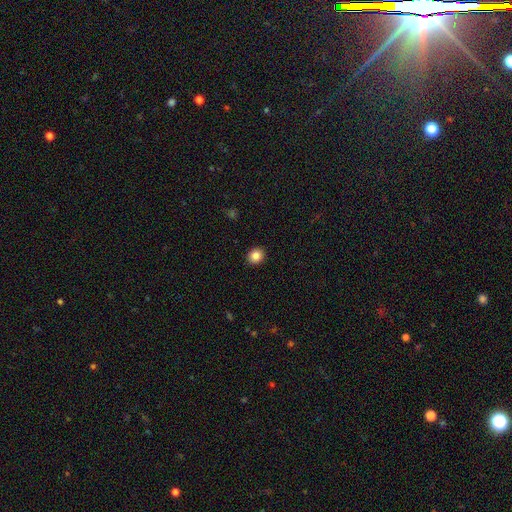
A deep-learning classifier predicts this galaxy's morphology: smooth-or-featured: smooth: 85% | star or artifact: 10% | featured or disk: 5%
  how-rounded: round: 71% | in between: 28% | cigar-shaped: 1%
  merging: none: 92% | minor disturbance: 5% | major disturbance: 2% | merger: 1%